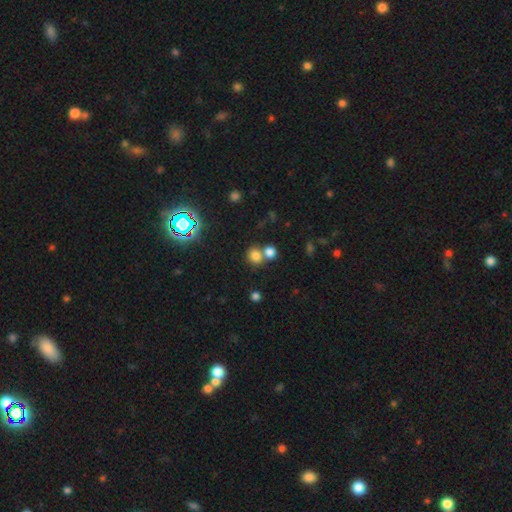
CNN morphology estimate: Smooth or featured? smooth (75%)
How rounded? round (78%)
Merging? none (50%)